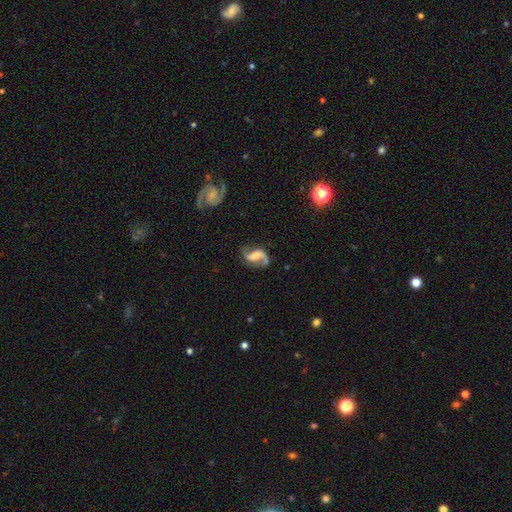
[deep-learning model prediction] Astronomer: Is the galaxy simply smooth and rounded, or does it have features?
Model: featured or disk — 85%.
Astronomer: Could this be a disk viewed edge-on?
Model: no — 97%.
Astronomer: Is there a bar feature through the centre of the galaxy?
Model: weak — 42% (runner-up: no, 30%).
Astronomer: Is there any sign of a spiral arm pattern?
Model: yes — 96%.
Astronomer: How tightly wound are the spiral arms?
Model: loose — 61%.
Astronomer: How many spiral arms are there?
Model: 2 — 91%.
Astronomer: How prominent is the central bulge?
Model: moderate — 44% (runner-up: small, 37%).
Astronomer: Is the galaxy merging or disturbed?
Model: none — 70%.